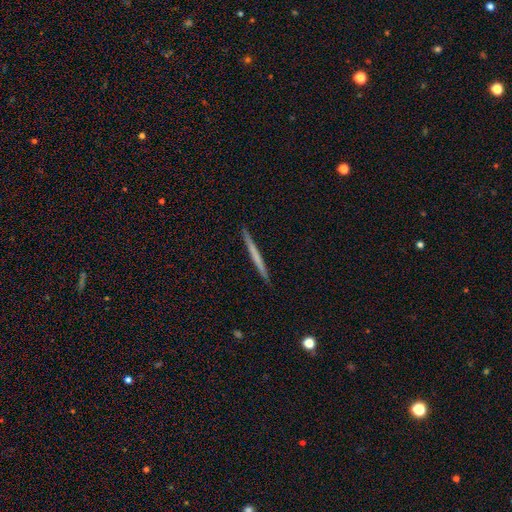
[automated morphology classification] The model was most divided on "smooth or featured": smooth: 53%, featured or disk: 42%, star or artifact: 5%. More confident: how rounded — cigar-shaped (97%); merging — none (93%).